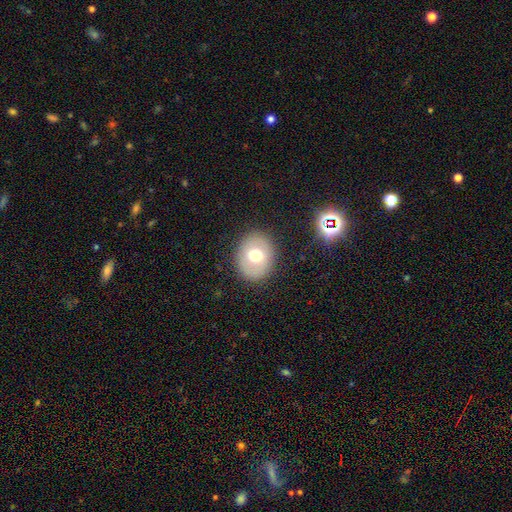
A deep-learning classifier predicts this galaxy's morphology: Smooth or featured? smooth (65%)
How rounded? round (58%)
Merging? none (87%)